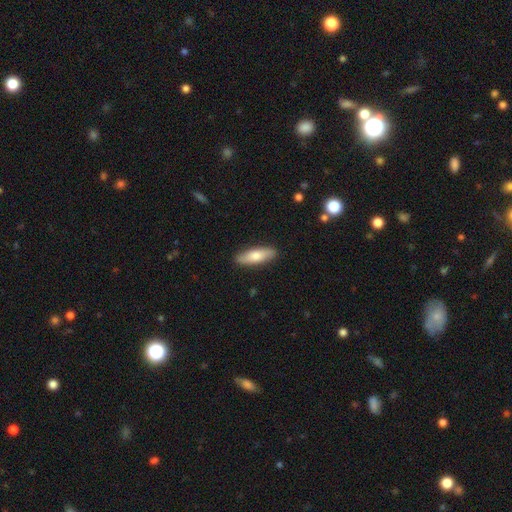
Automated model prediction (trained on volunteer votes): This is likely a smooth galaxy (70%). How rounded: possibly in between (50%). Merging: clearly none (89%).